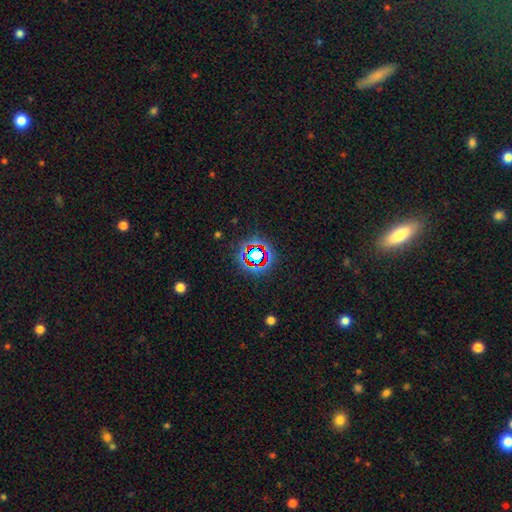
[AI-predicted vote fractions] Smooth or featured: star or artifact — 67% (smooth — 20%)